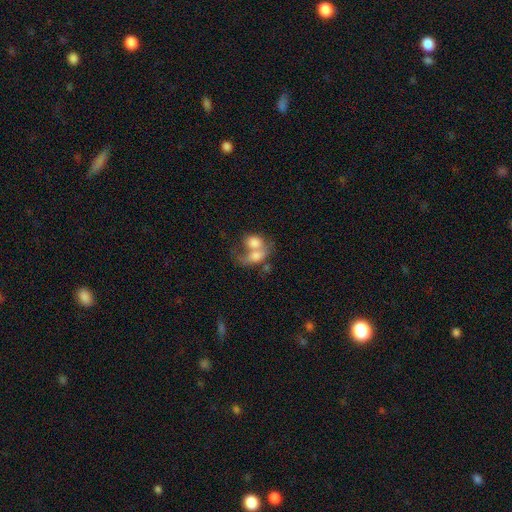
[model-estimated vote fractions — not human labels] Smooth or featured?
  - smooth: 67% *
  - featured or disk: 25%
  - star or artifact: 9%
How rounded?
  - in between: 70% *
  - round: 28%
  - cigar-shaped: 2%
Merging?
  - merger: 71% *
  - major disturbance: 12%
  - none: 11%
  - minor disturbance: 6%